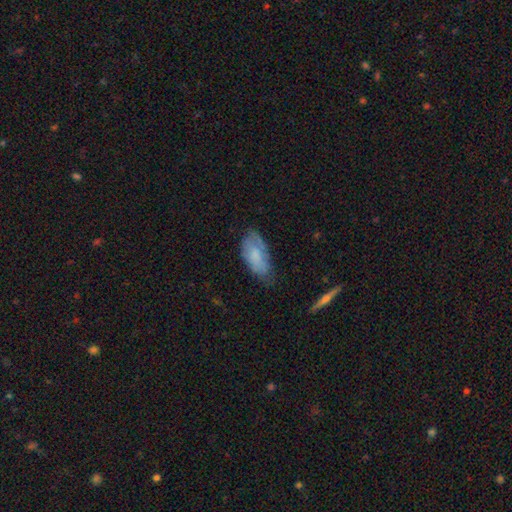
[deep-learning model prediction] Smooth or featured? smooth (64%)
How rounded? in between (91%)
Merging? none (51%)